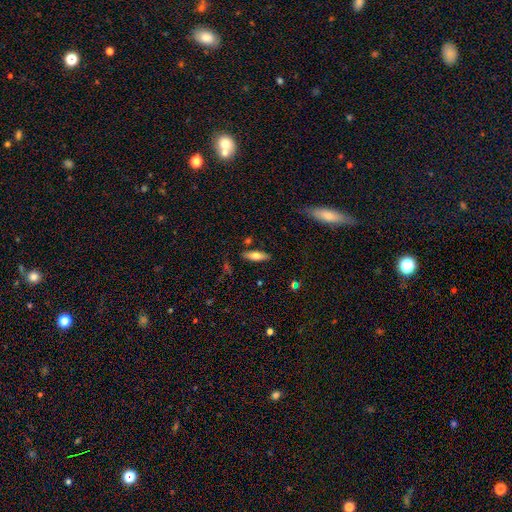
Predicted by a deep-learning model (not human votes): This is likely a smooth galaxy (64%). How rounded: possibly in between (57%). Merging: clearly none (82%).